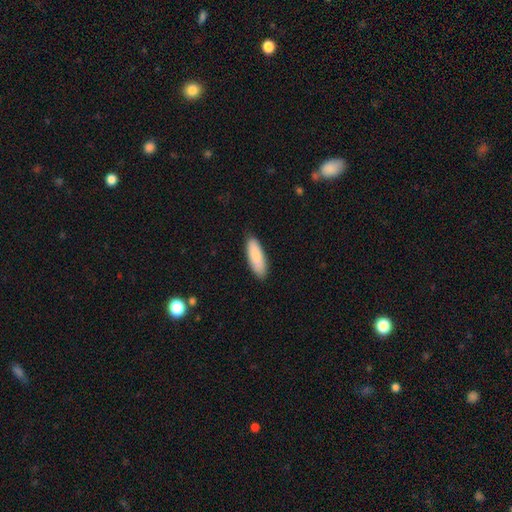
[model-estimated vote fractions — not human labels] A smooth galaxy with no disk features (87%) that is in between round and cigar-shaped (56%).

Vote fractions:
- Smooth or featured? smooth: 87% / featured or disk: 8% / star or artifact: 5%
- How rounded? in between: 56% / cigar-shaped: 42% / round: 2%
- Merging? none: 87% / minor disturbance: 11% / major disturbance: 2% / merger: 1%